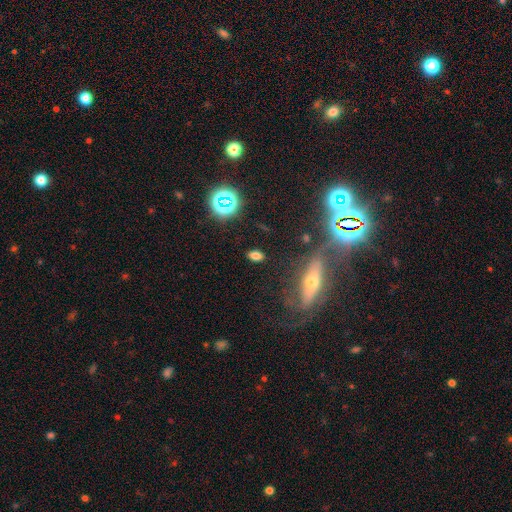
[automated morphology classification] A smooth galaxy with no disk features (71%) that is in between round and cigar-shaped (82%). Merging: none (84%).